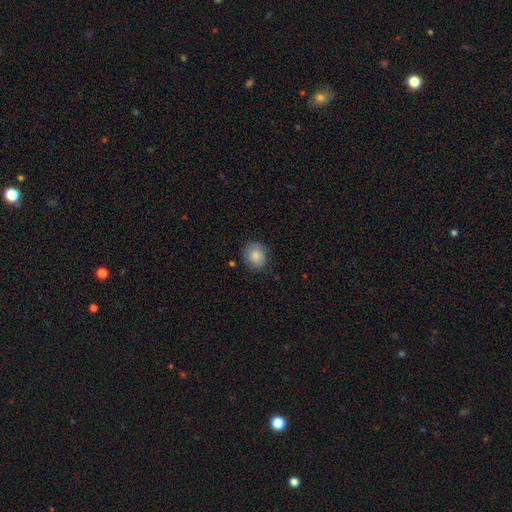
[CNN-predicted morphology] Q: Smooth or featured?
A: smooth (83%); runner-up: featured or disk (9%)
Q: How rounded?
A: round (69%); runner-up: in between (30%)
Q: Merging?
A: none (75%); runner-up: minor disturbance (19%)